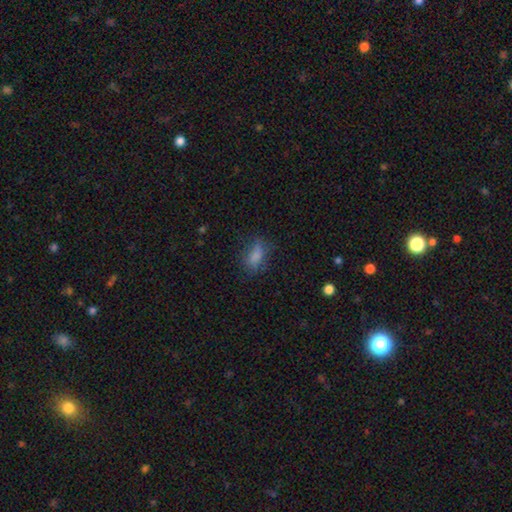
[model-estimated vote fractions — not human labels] Overall: smooth (77%). How rounded: in between (83%). Merging: none (64%).